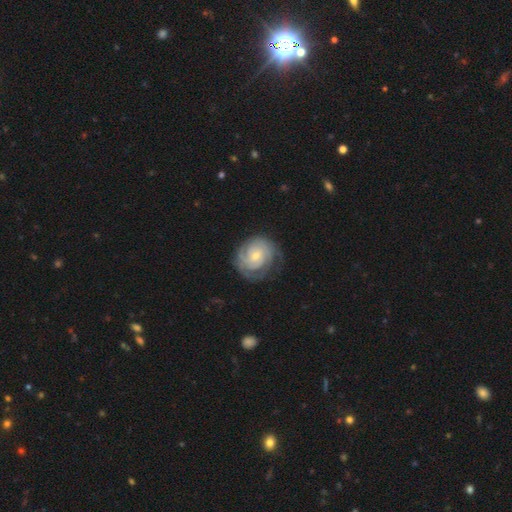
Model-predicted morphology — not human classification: Smooth or featured: featured or disk — 82% (smooth — 13%)
Edge-on disk: no — 98% (yes — 2%)
Bar: no — 69% (weak — 26%)
Spiral arms: yes — 96% (no — 4%)
Spiral winding: tight — 76% (medium — 20%)
Spiral arm count: can't tell — 32% (2 — 27%)
Bulge size: small — 64% (moderate — 32%)
Merging: none — 72% (minor disturbance — 18%)